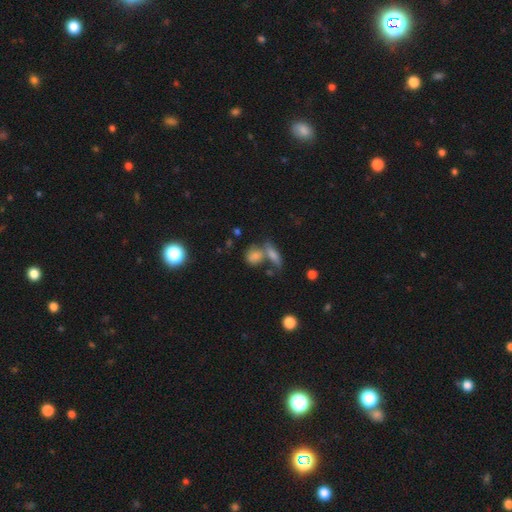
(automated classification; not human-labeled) smooth-or-featured: smooth: 66% | star or artifact: 18% | featured or disk: 17%
  how-rounded: round: 48% | in between: 40% | cigar-shaped: 12%
  merging: none: 48% | merger: 36% | minor disturbance: 11% | major disturbance: 5%